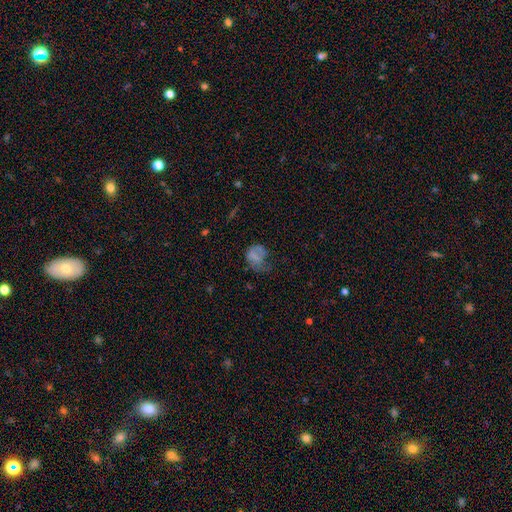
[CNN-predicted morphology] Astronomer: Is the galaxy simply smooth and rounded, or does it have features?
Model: smooth — 60%.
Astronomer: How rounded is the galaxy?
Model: in between — 50% (runner-up: round, 49%).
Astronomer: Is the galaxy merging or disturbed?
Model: major disturbance — 40% (runner-up: minor disturbance, 29%).